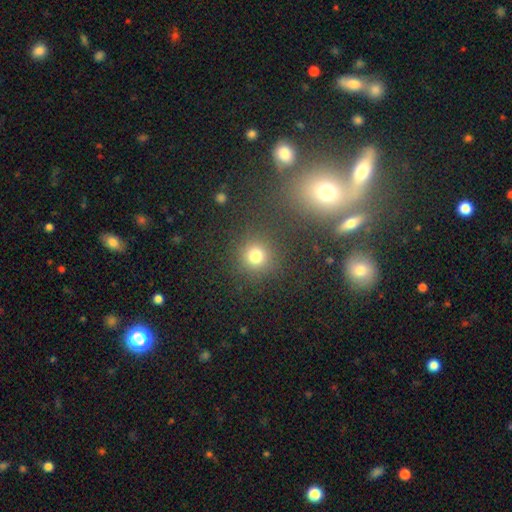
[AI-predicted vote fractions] Overall: smooth (74%). How rounded: round (92%). Merging: none (83%).